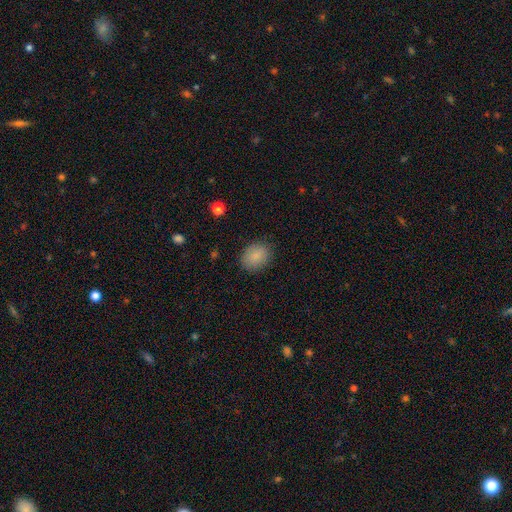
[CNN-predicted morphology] Smooth or featured: smooth — 87% (star or artifact — 8%)
How rounded: in between — 57% (round — 42%)
Merging: none — 85% (minor disturbance — 11%)